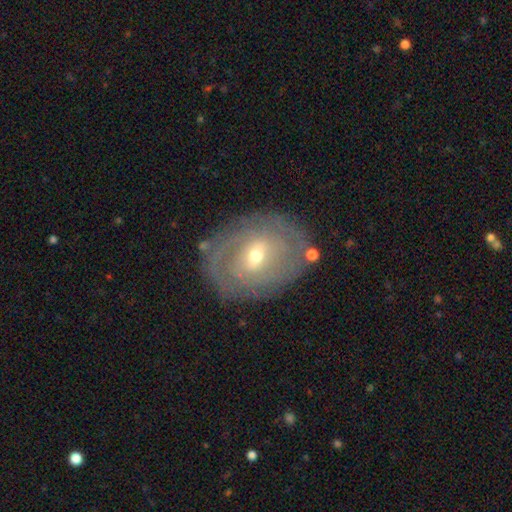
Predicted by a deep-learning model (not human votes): smooth_or_featured: featured or disk (p=0.74) [alt: smooth p=0.19]
disk_edge_on: no (p=0.95) [alt: yes p=0.05]
bar: weak (p=0.46) [alt: no p=0.40]
has_spiral_arms: yes (p=0.71) [alt: no p=0.29]
spiral_winding: tight (p=0.74) [alt: medium p=0.19]
spiral_arm_count: can't tell (p=0.49) [alt: 2 p=0.29]
bulge_size: small (p=0.50) [alt: moderate p=0.47]
merging: none (p=0.79) [alt: minor disturbance p=0.14]